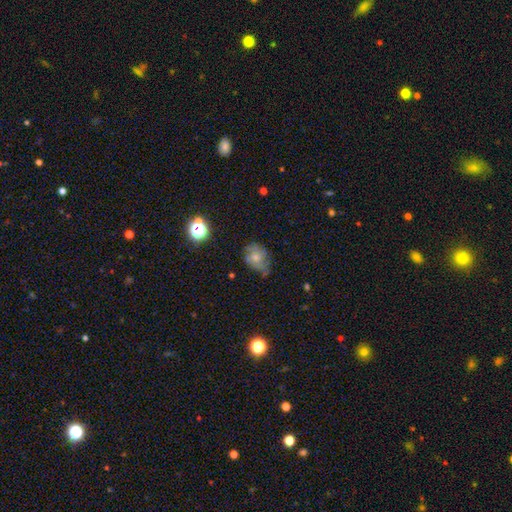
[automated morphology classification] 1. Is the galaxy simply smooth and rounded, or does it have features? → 52% smooth, 35% featured or disk, 14% star or artifact.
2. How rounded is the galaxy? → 55% in between, 44% round, 1% cigar-shaped.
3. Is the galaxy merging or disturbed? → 46% none, 35% minor disturbance, 16% major disturbance, 3% merger.